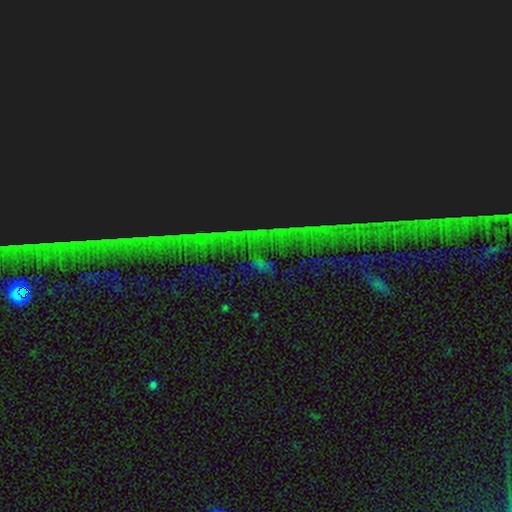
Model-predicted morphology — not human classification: Q: Smooth or featured?
A: star or artifact (81%); runner-up: smooth (10%)